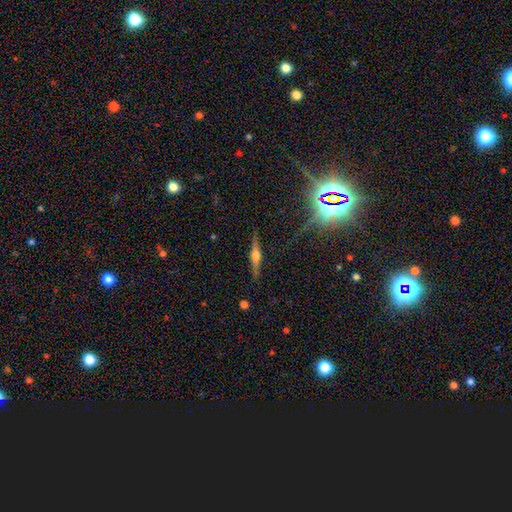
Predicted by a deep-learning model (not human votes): A featured or disk galaxy (70%) viewed edge-on (97%) with a rounded central bulge (90%).

Vote fractions:
- Smooth or featured? featured or disk: 70% / smooth: 22% / star or artifact: 8%
- Edge-on disk? yes: 97% / no: 3%
- Edge-on bulge? rounded: 90% / boxy: 7% / none: 3%
- Merging? none: 86% / minor disturbance: 10% / major disturbance: 2% / merger: 1%